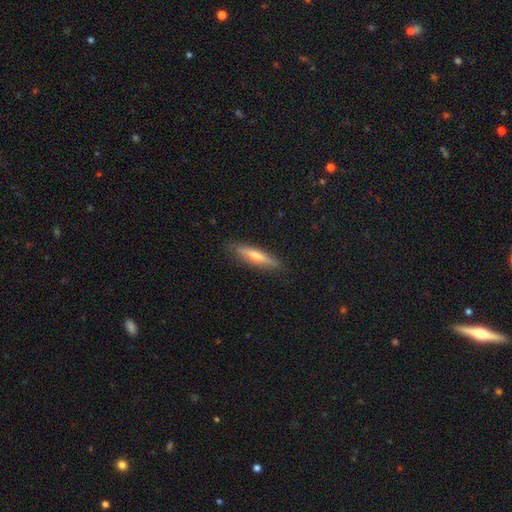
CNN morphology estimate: The model was most divided on "smooth or featured": smooth: 50%, featured or disk: 43%, star or artifact: 6%. More confident: merging — none (87%); how rounded — cigar-shaped (84%).